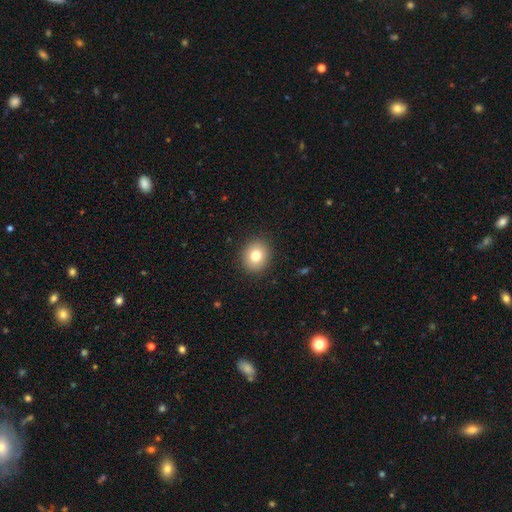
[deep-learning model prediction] Morphology: type=smooth (79%); roundness=round (78%); merging=none (90%).